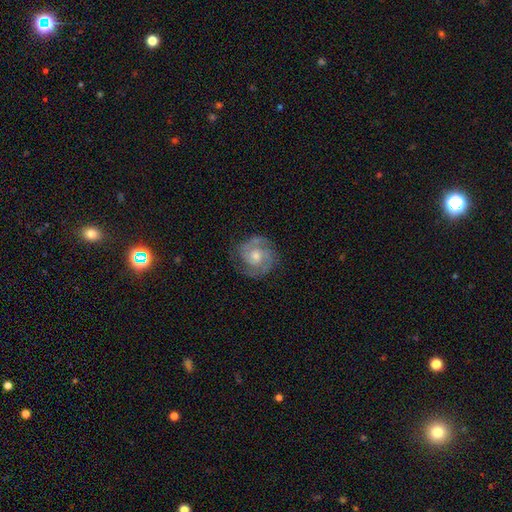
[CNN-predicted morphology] The model was most divided on "spiral winding": tight: 55%, medium: 39%, loose: 7%. More confident: edge-on disk — no (98%); spiral arms — yes (96%); smooth or featured — featured or disk (84%); merging — none (80%); spiral arm count — 2 (69%); bar — no (62%); bulge size — moderate (60%).